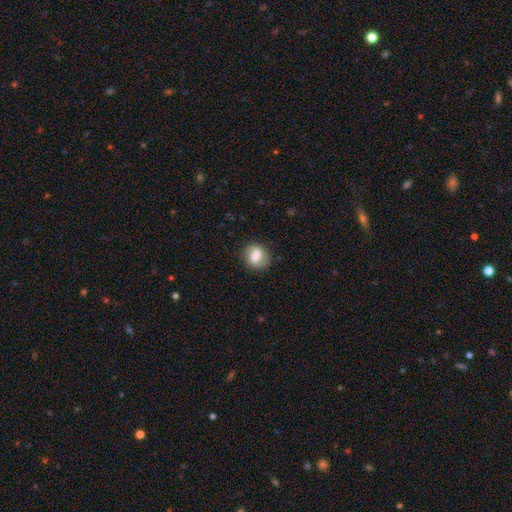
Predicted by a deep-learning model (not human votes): smooth 61%, featured or disk 31%, star or artifact 8%. Down the decision tree: how rounded — round (57%); merging — none (75%).